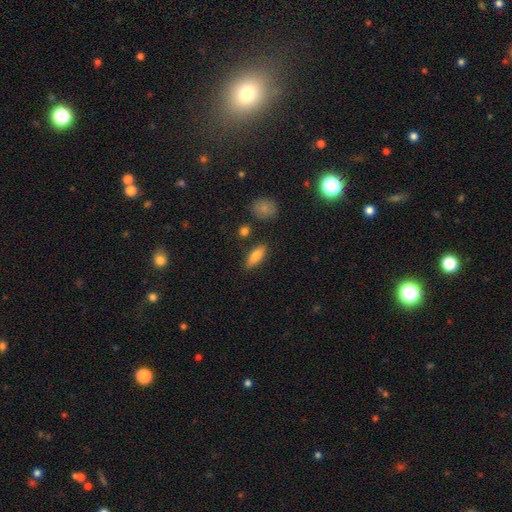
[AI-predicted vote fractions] This is likely a smooth galaxy (76%). How rounded: likely in between (66%). Merging: clearly none (83%).